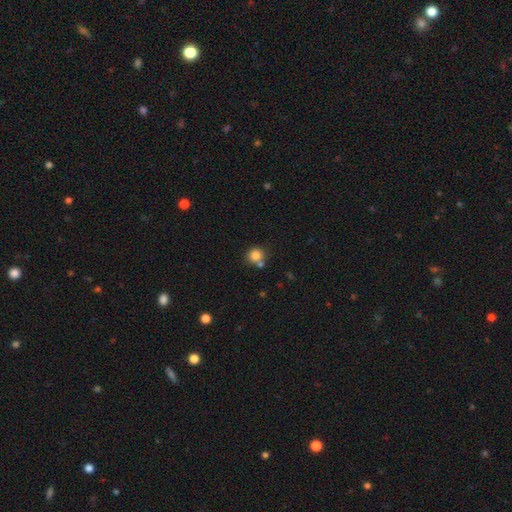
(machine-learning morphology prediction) Smooth or featured: smooth — 83% (star or artifact — 11%)
How rounded: round — 88% (in between — 11%)
Merging: none — 67% (merger — 20%)